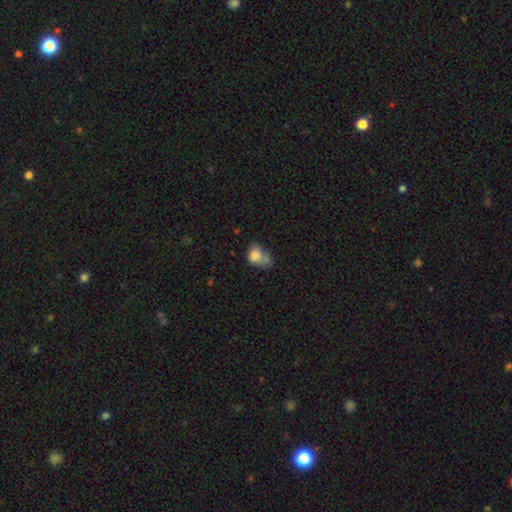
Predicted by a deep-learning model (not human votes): Smooth or featured? smooth (77%)
How rounded? in between (60%)
Merging? merger (38%)